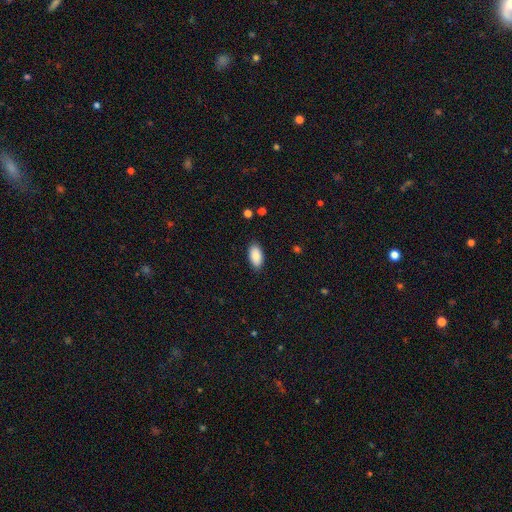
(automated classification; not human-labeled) smooth_or_featured: smooth (p=0.89) [alt: star or artifact p=0.06]
how_rounded: in between (p=0.95) [alt: cigar-shaped p=0.03]
merging: none (p=0.88) [alt: minor disturbance p=0.09]